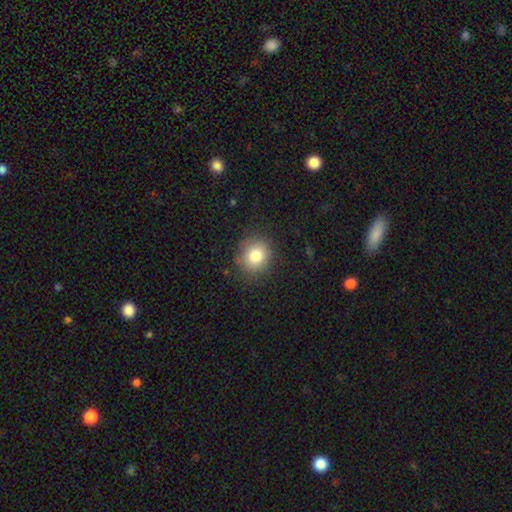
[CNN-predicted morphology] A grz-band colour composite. It shows a smooth galaxy with no disk features (81%) that is round (80%). Merging: none (85%).